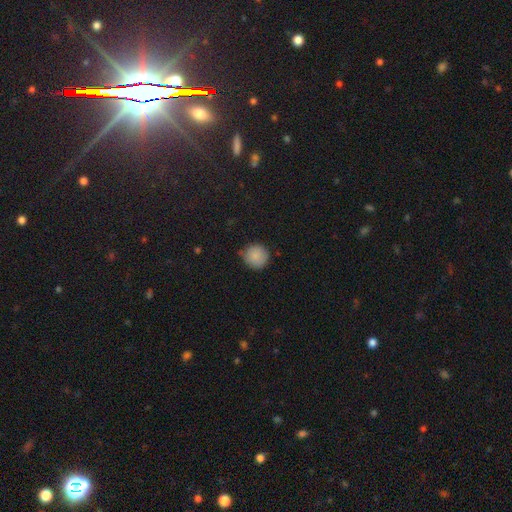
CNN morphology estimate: smooth 85%, star or artifact 9%, featured or disk 6%. Down the decision tree: how rounded — round (94%); merging — none (80%).